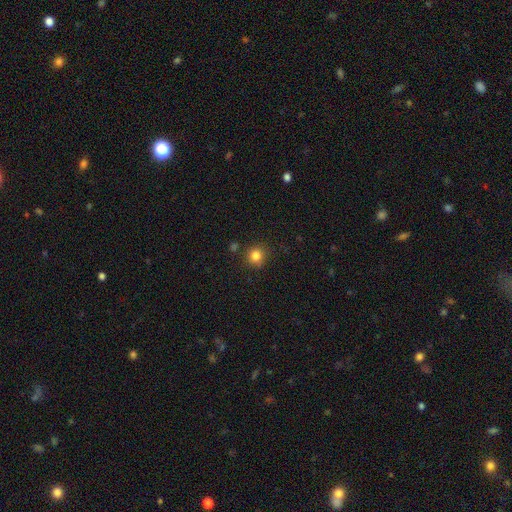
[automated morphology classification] Overall: smooth (83%). How rounded: round (88%). Merging: none (83%).